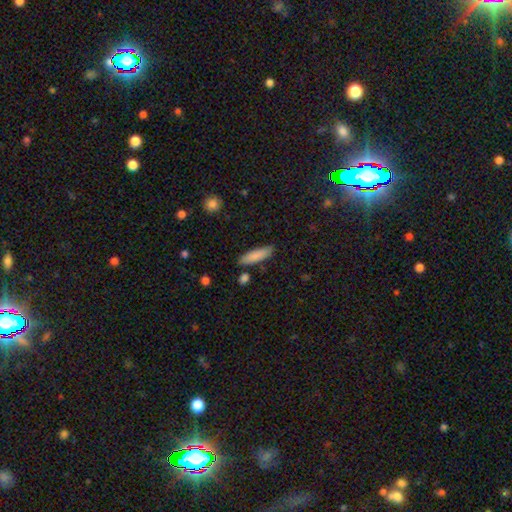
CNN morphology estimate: The model was most divided on "how rounded": cigar-shaped: 65%, in between: 33%, round: 2%. More confident: smooth or featured — smooth (85%); merging — none (84%).